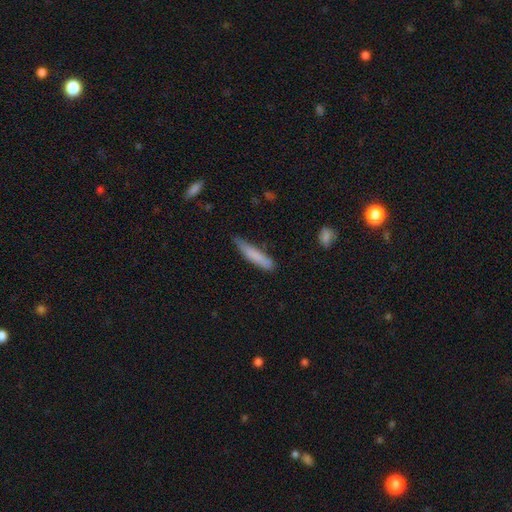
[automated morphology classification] The model was most divided on "merging": none: 62%, minor disturbance: 30%, major disturbance: 6%, merger: 2%. More confident: how rounded — cigar-shaped (88%); smooth or featured — smooth (77%).